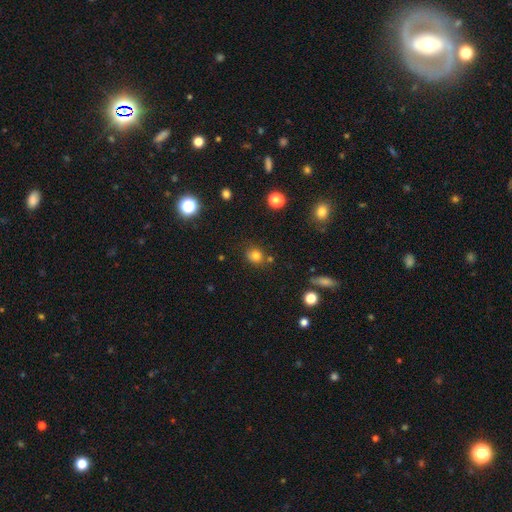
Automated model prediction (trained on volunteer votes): Smooth or featured: smooth — 78% (star or artifact — 15%)
How rounded: round — 75% (in between — 24%)
Merging: none — 73% (minor disturbance — 15%)